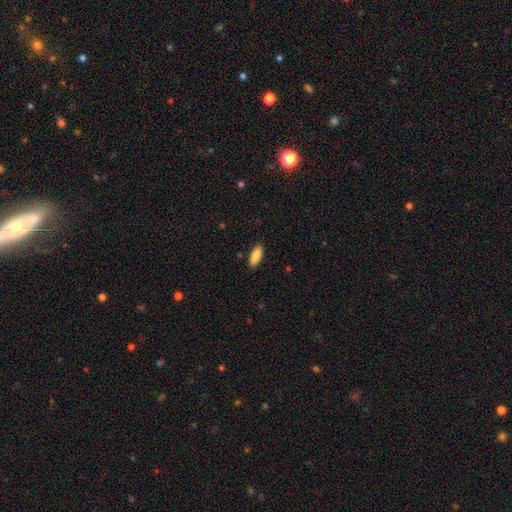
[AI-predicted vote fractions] A smooth galaxy with no disk features (88%) that is in between round and cigar-shaped (74%). Merging: none (89%).